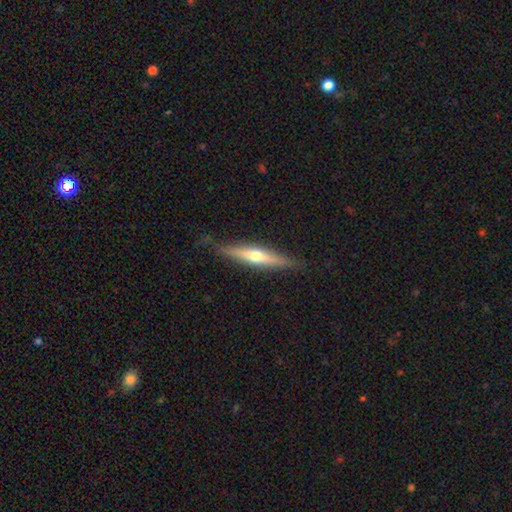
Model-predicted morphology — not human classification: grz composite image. It shows a featured or disk galaxy (60%) viewed edge-on (94%) with a rounded central bulge (87%). Merging: none (85%).